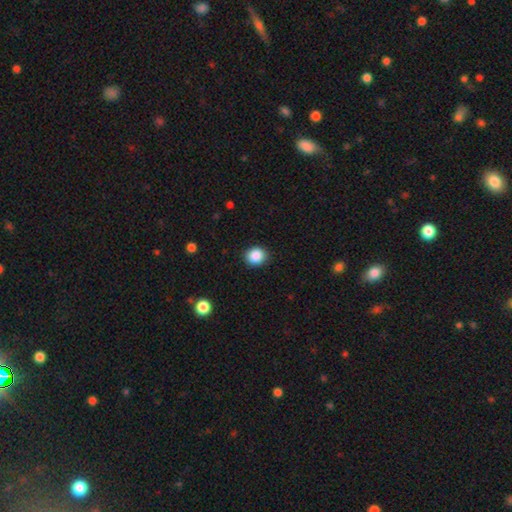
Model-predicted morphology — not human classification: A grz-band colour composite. It shows a smooth galaxy with no disk features (87%) that is round (76%). Merging: none (90%).